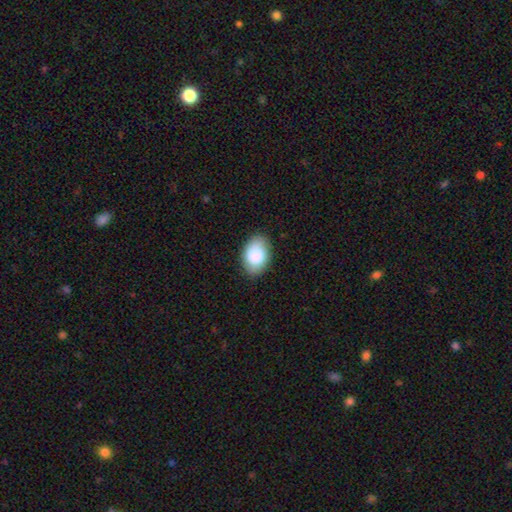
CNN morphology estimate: smooth-or-featured: smooth: 83% | featured or disk: 10% | star or artifact: 7%
  how-rounded: in between: 88% | round: 11% | cigar-shaped: 1%
  merging: none: 83% | minor disturbance: 13% | major disturbance: 3% | merger: 1%